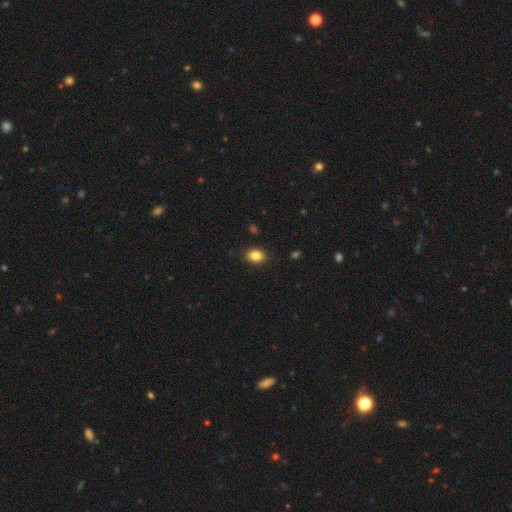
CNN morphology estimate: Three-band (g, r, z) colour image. It shows a smooth galaxy with no disk features (85%) that is in between round and cigar-shaped (73%). Merging: none (88%).